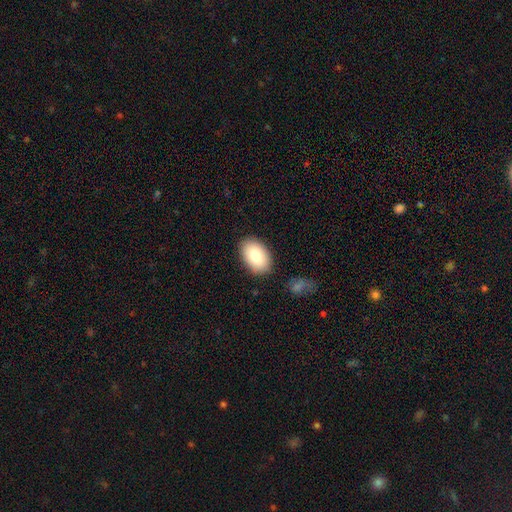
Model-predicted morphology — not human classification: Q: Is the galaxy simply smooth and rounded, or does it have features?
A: smooth — 82%.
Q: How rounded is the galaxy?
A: in between — 90%.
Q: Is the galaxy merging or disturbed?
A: none — 86%.